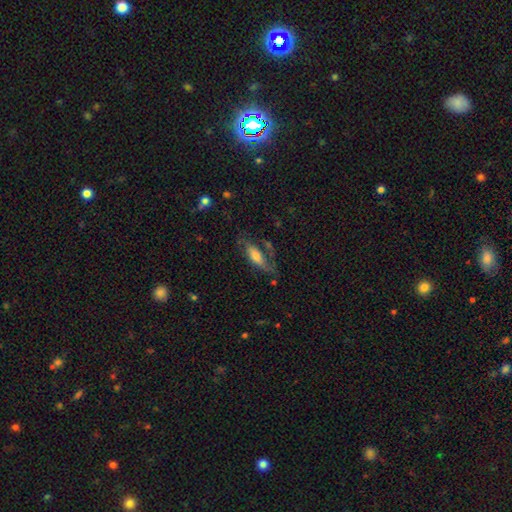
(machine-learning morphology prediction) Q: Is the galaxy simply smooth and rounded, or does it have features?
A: featured or disk — 47%.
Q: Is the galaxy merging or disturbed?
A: none — 48%.